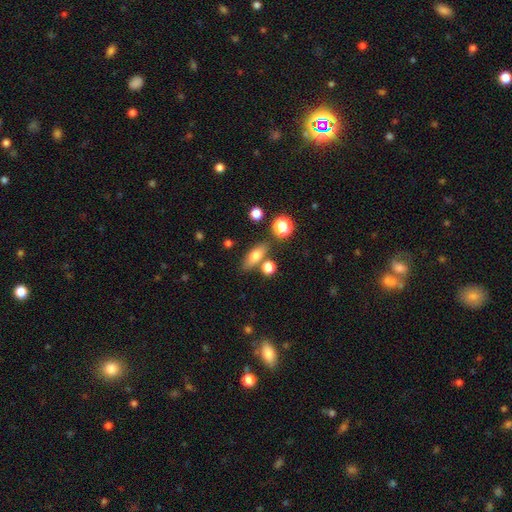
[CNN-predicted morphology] Smooth or featured? smooth (67%)
How rounded? in between (62%)
Merging? none (73%)